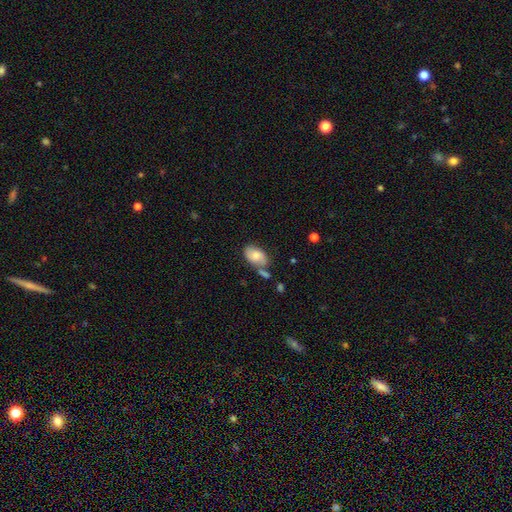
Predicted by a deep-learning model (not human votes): Smooth or featured: smooth — 73% (featured or disk — 20%)
How rounded: in between — 90% (round — 9%)
Merging: none — 54% (minor disturbance — 21%)